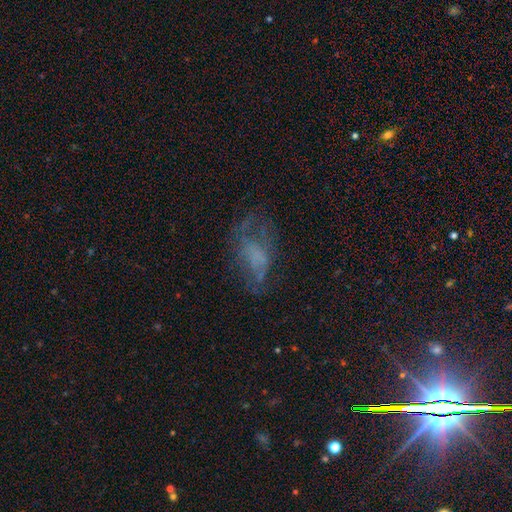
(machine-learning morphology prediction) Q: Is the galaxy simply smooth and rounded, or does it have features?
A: featured or disk — 44%.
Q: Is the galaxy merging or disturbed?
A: none — 42%.